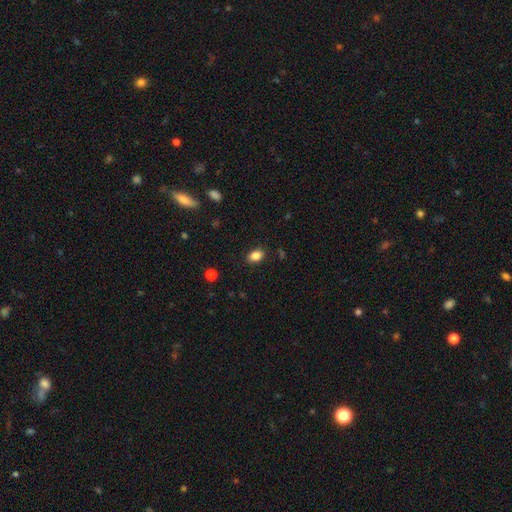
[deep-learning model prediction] A smooth galaxy with no disk features (86%) that is in between round and cigar-shaped (79%).

Vote fractions:
- Smooth or featured? smooth: 86% / star or artifact: 9% / featured or disk: 5%
- How rounded? in between: 79% / round: 20% / cigar-shaped: 1%
- Merging? none: 87% / minor disturbance: 9% / major disturbance: 2% / merger: 1%